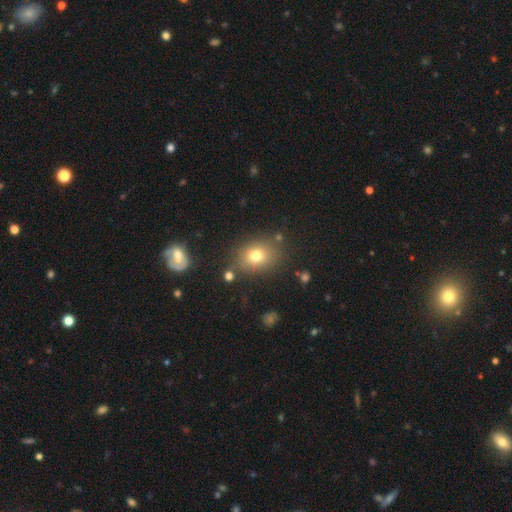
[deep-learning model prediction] Smooth or featured: smooth — 74% (star or artifact — 14%)
How rounded: in between — 54% (round — 45%)
Merging: none — 77% (minor disturbance — 13%)